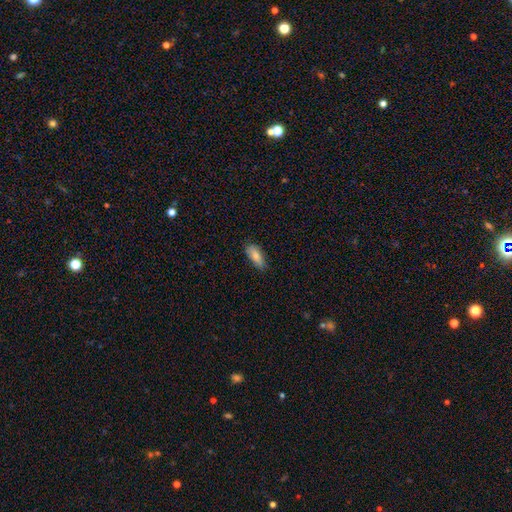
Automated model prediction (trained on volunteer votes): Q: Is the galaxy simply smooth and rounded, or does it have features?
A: smooth — 80%.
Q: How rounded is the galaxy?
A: in between — 77%.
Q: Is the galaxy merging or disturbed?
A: none — 79%.